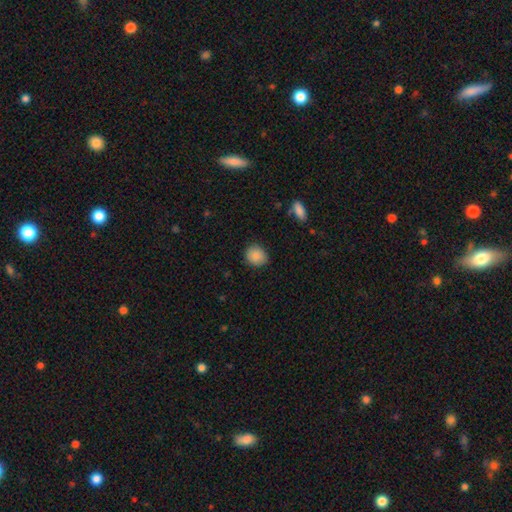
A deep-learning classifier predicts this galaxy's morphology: Smooth or featured?
  - smooth: 88% *
  - star or artifact: 8%
  - featured or disk: 4%
How rounded?
  - round: 72% *
  - in between: 27%
  - cigar-shaped: 1%
Merging?
  - none: 87% *
  - minor disturbance: 10%
  - major disturbance: 2%
  - merger: 1%